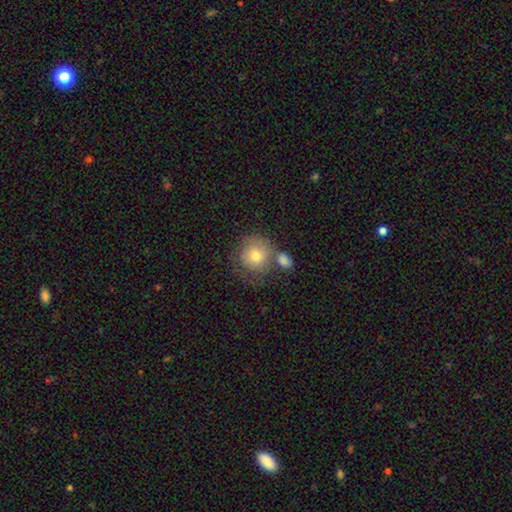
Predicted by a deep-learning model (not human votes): Smooth or featured?
  - smooth: 77% *
  - featured or disk: 15%
  - star or artifact: 8%
How rounded?
  - round: 87% *
  - in between: 12%
  - cigar-shaped: 1%
Merging?
  - none: 49% *
  - merger: 30%
  - minor disturbance: 14%
  - major disturbance: 7%